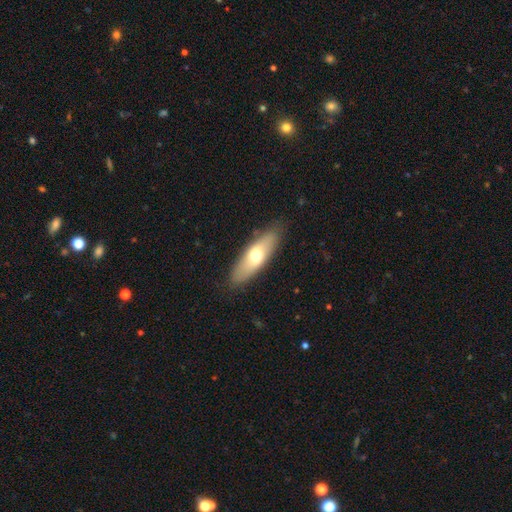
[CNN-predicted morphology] smooth_or_featured: smooth (p=0.61) [alt: featured or disk p=0.34]
how_rounded: in between (p=0.56) [alt: cigar-shaped p=0.42]
merging: none (p=0.85) [alt: minor disturbance p=0.11]